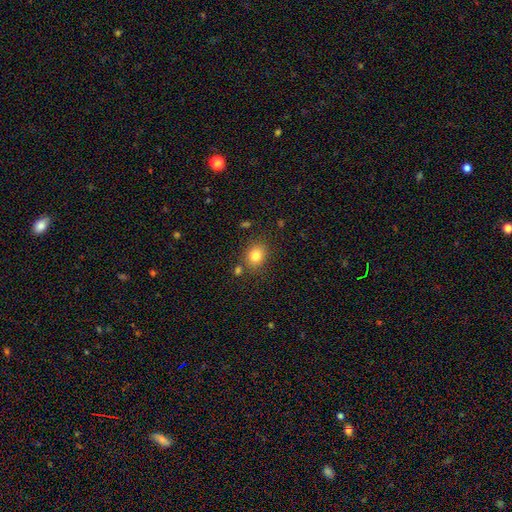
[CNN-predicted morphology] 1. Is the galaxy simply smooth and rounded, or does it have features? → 82% smooth, 11% star or artifact, 8% featured or disk.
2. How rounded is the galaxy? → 53% round, 46% in between, 1% cigar-shaped.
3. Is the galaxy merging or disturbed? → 79% none, 12% minor disturbance, 6% merger, 3% major disturbance.